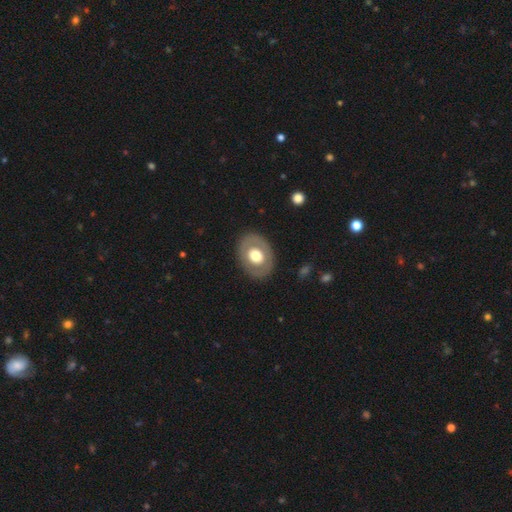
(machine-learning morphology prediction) Smooth or featured: smooth — 54% (featured or disk — 41%)
How rounded: in between — 64% (round — 35%)
Merging: none — 85% (minor disturbance — 10%)